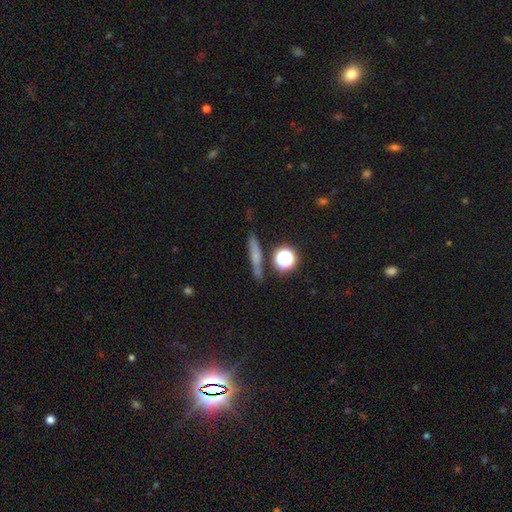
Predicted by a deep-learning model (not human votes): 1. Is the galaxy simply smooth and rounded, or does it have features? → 51% smooth, 31% featured or disk, 17% star or artifact.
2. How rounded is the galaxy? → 72% cigar-shaped, 18% round, 10% in between.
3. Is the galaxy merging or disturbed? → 82% none, 11% minor disturbance, 4% merger, 3% major disturbance.